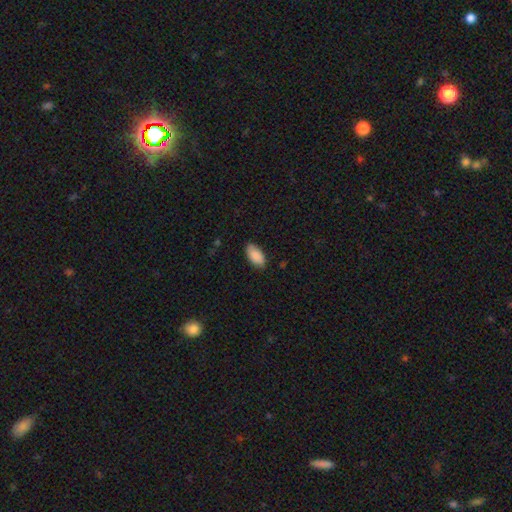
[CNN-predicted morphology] smooth_or_featured: smooth (p=0.89) [alt: star or artifact p=0.06]
how_rounded: in between (p=0.94) [alt: cigar-shaped p=0.04]
merging: none (p=0.82) [alt: minor disturbance p=0.15]